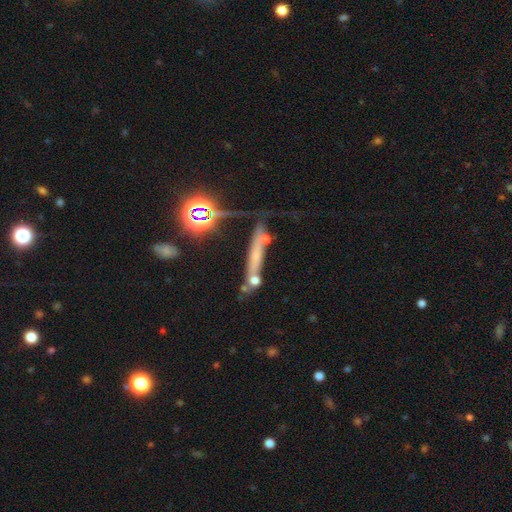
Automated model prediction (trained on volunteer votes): This is marginally a smooth galaxy (39%). Merging: possibly none (51%).